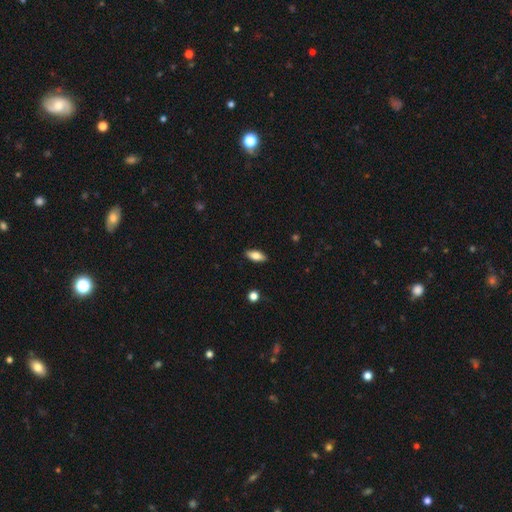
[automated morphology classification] Smooth or featured? Predicted: smooth (p=0.74). How rounded? Predicted: in between (p=0.81). Merging? Predicted: none (p=0.88).